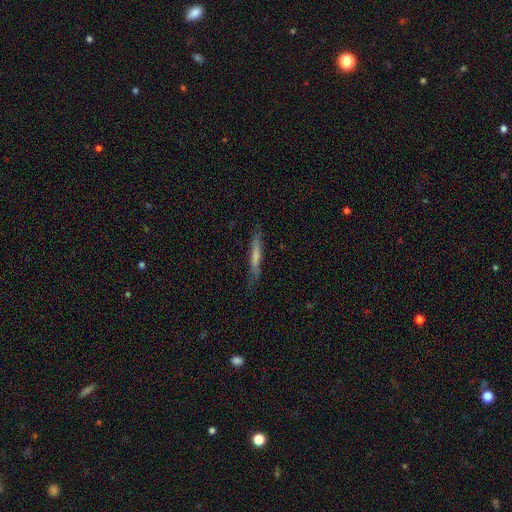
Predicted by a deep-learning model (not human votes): A smooth galaxy with no disk features (61%) that is cigar-shaped (93%).

Vote fractions:
- Smooth or featured? smooth: 61% / featured or disk: 33% / star or artifact: 6%
- How rounded? cigar-shaped: 93% / in between: 6% / round: 1%
- Merging? none: 78% / minor disturbance: 17% / major disturbance: 4% / merger: 2%